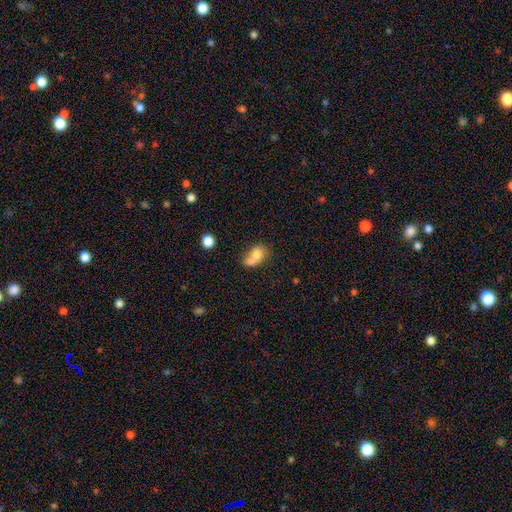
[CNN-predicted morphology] Smooth or featured? Predicted: smooth (p=0.69). How rounded? Predicted: in between (p=0.64). Merging? Predicted: merger (p=0.53).